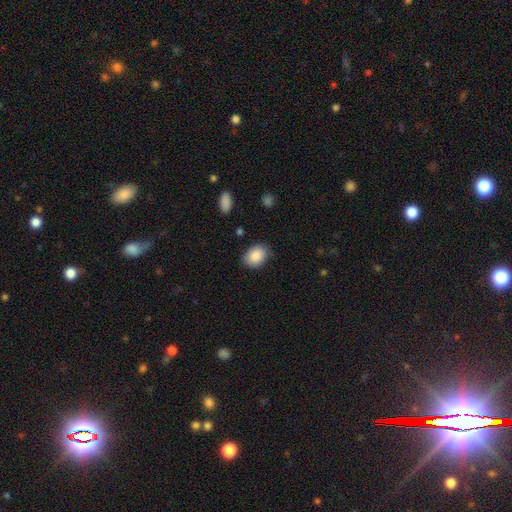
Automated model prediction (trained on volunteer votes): Q: Smooth or featured?
A: smooth (88%); runner-up: star or artifact (7%)
Q: How rounded?
A: in between (70%); runner-up: round (29%)
Q: Merging?
A: none (81%); runner-up: minor disturbance (14%)